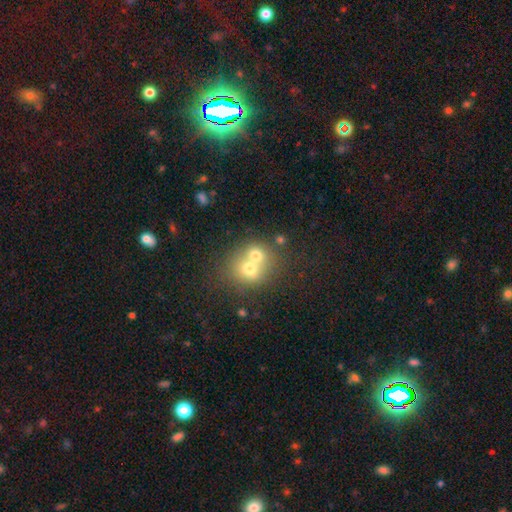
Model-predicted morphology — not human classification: A smooth galaxy with no disk features (66%) that is round (72%). Merging: merger (65%).